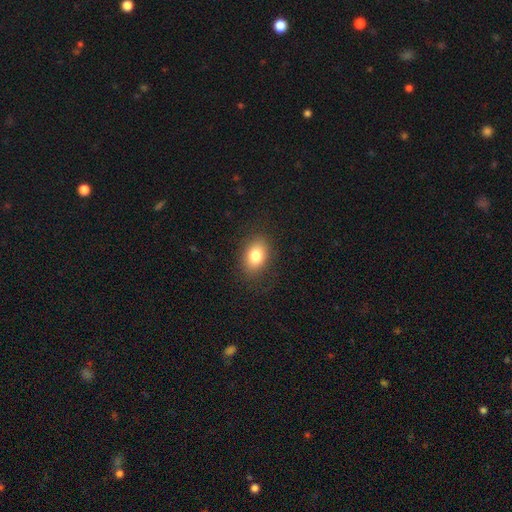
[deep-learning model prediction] This appears to be a smooth galaxy with no disk features (81%) that is in between round and cigar-shaped (78%). Merging: none (85%).